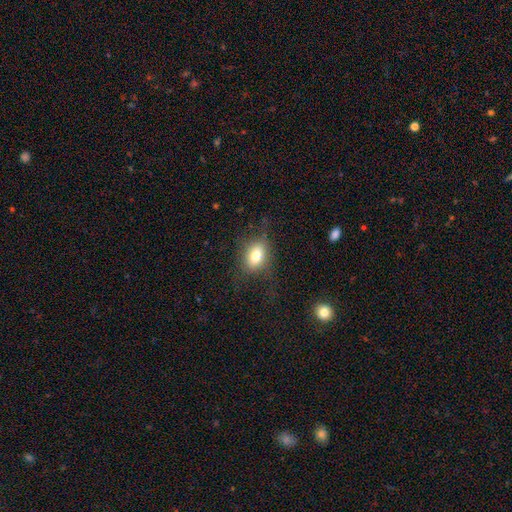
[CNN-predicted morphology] Overall: smooth (74%). How rounded: in between (73%). Merging: none (70%).